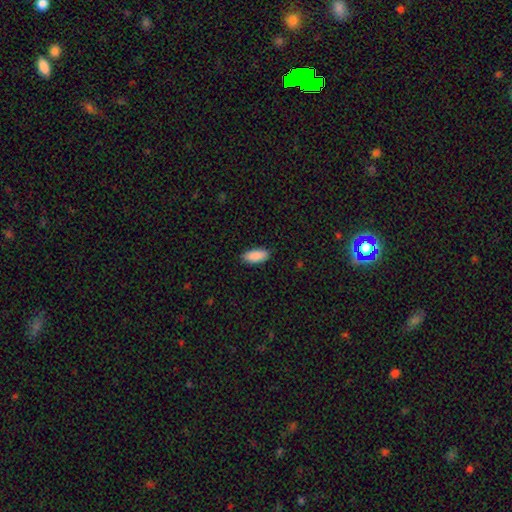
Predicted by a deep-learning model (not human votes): Morphology: type=smooth (91%); roundness=in between (87%); merging=none (89%).